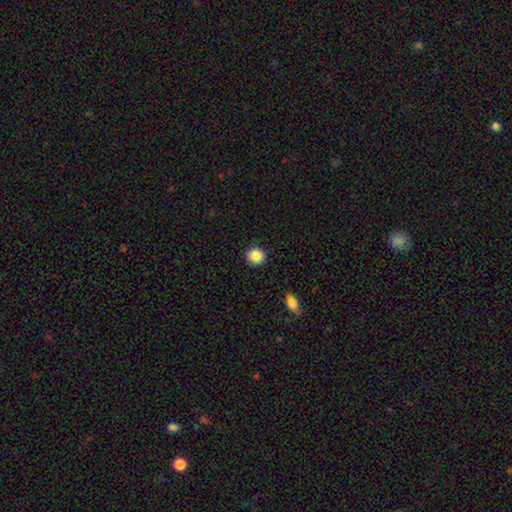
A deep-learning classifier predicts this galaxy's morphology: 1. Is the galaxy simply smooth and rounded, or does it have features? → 88% smooth, 9% star or artifact, 3% featured or disk.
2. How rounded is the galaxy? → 90% round, 9% in between, 1% cigar-shaped.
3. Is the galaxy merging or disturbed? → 91% none, 6% minor disturbance, 2% major disturbance, 1% merger.